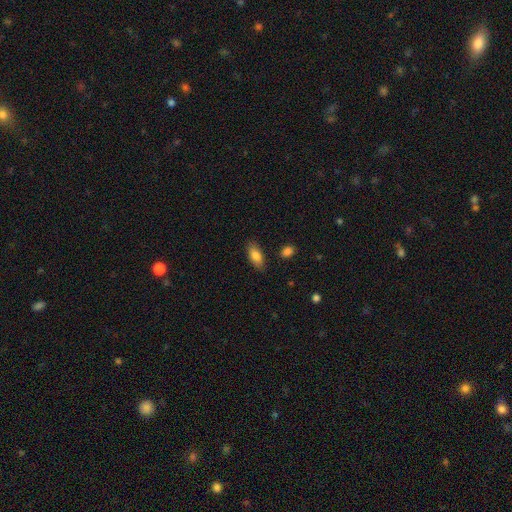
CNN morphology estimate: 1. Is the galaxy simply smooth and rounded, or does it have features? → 83% smooth, 10% featured or disk, 7% star or artifact.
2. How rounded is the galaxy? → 86% in between, 11% cigar-shaped, 3% round.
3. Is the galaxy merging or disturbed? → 83% none, 12% minor disturbance, 3% major disturbance, 2% merger.